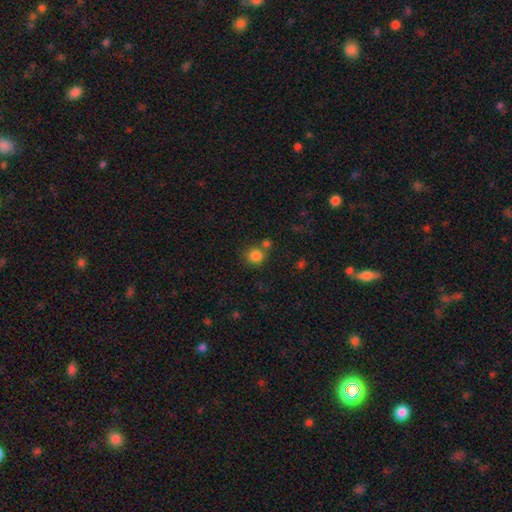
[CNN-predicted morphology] smooth 83%, star or artifact 11%, featured or disk 5%. Down the decision tree: how rounded — round (88%); merging — none (64%).